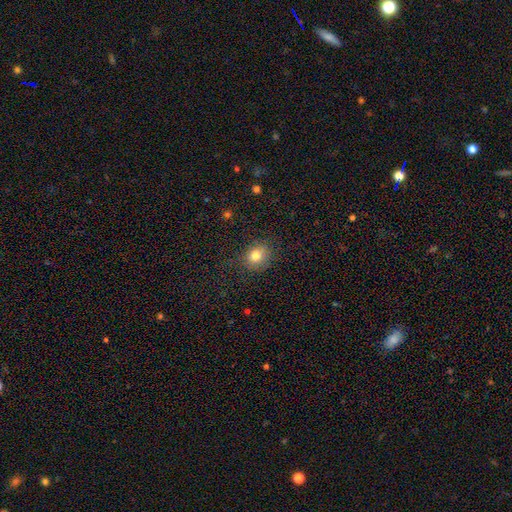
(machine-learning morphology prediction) Smooth or featured: smooth — 80% (star or artifact — 12%)
How rounded: round — 64% (in between — 35%)
Merging: none — 81% (minor disturbance — 13%)